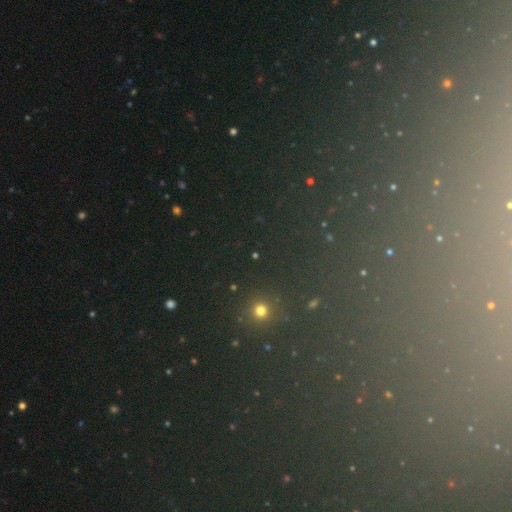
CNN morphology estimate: This is possibly a star or artifact rather than a galaxy (57%).